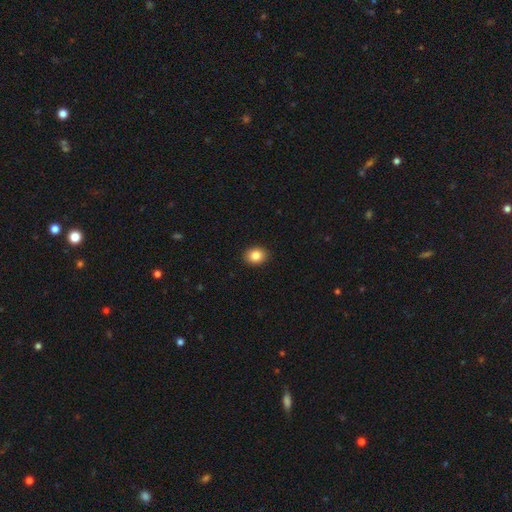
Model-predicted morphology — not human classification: Overall: smooth (86%). How rounded: round (56%; in between 43%). Merging: none (91%).